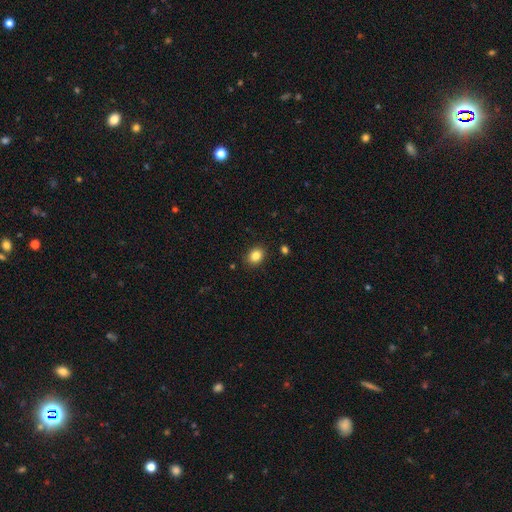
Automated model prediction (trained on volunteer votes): This appears to be a smooth galaxy with no disk features (84%) that is in between round and cigar-shaped (53%). Merging: none (89%).